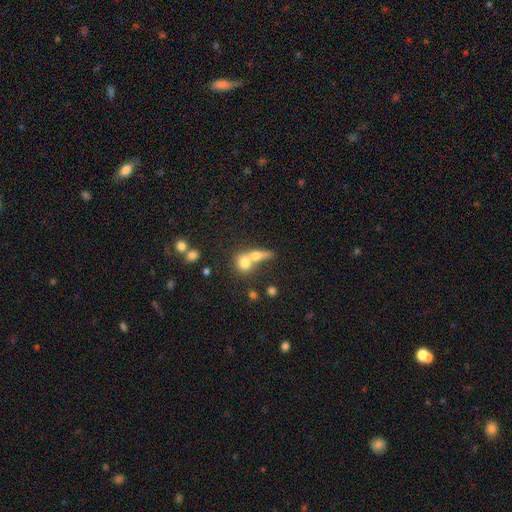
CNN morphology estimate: This appears to be a smooth galaxy with no disk features (65%) that is round (43%). Merging: merger (61%).